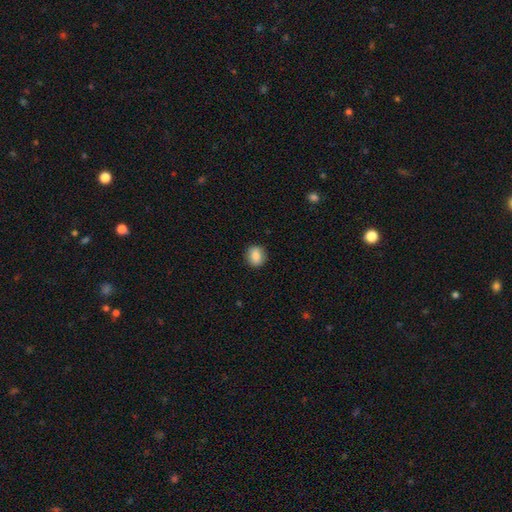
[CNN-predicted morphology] type=smooth (85%); roundness=round (77%); merging=none (89%).